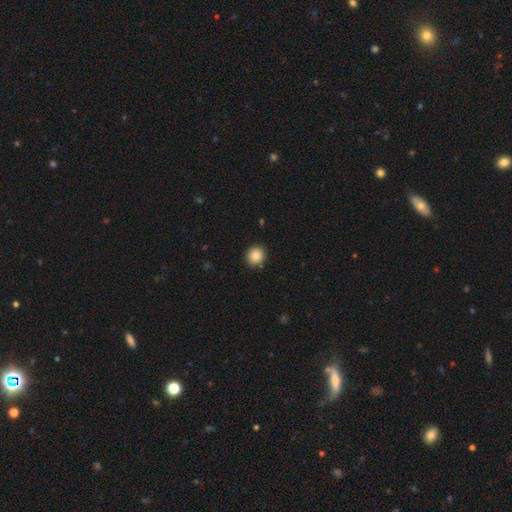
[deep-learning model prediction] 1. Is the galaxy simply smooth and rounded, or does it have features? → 86% smooth, 9% star or artifact, 5% featured or disk.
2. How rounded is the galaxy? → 86% round, 13% in between, 1% cigar-shaped.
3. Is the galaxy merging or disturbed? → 89% none, 8% minor disturbance, 2% major disturbance, 2% merger.